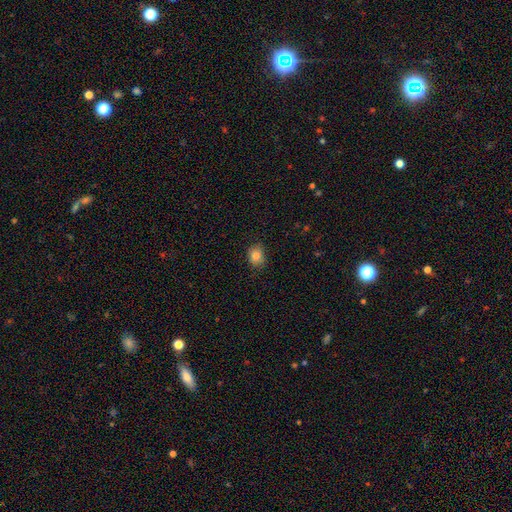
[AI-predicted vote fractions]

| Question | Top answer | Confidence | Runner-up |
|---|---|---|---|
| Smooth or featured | smooth | 85% | star or artifact (10%) |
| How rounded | round | 57% | in between (42%) |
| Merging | none | 80% | minor disturbance (16%) |